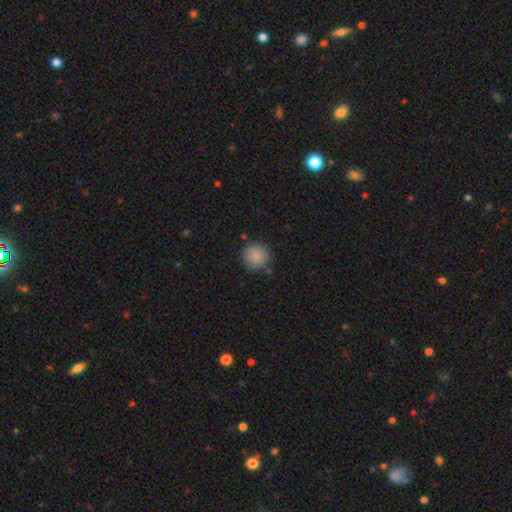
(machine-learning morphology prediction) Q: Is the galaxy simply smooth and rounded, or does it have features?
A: smooth — 86%.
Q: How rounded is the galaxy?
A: round — 93%.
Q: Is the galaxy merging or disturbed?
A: none — 84%.